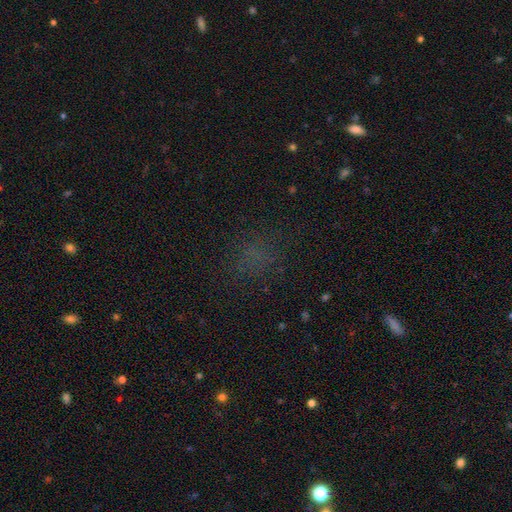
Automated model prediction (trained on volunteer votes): smooth 53%, star or artifact 36%, featured or disk 11%. Down the decision tree: how rounded — round (64%); merging — none (75%).